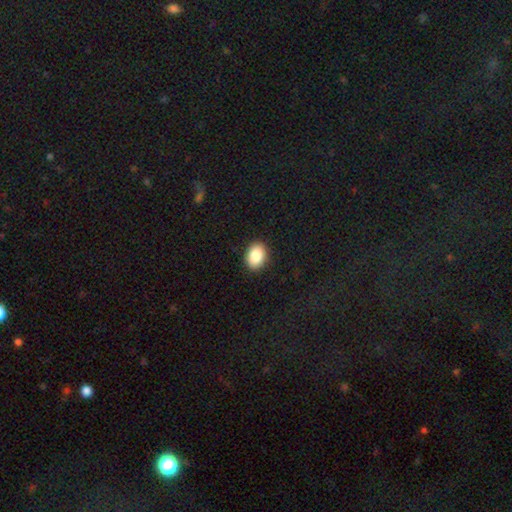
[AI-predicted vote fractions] This appears to be a smooth galaxy with no disk features (88%) that is in between round and cigar-shaped (75%). Merging: none (90%).